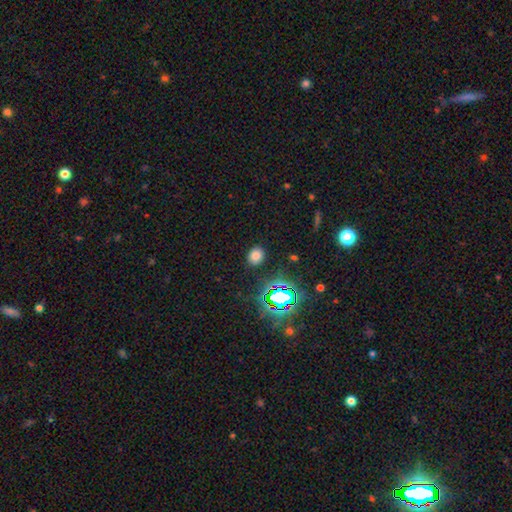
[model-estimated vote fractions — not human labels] A smooth galaxy with no disk features (72%) that is round (56%).

Vote fractions:
- Smooth or featured? smooth: 72% / star or artifact: 22% / featured or disk: 6%
- How rounded? round: 56% / in between: 43% / cigar-shaped: 1%
- Merging? none: 87% / minor disturbance: 8% / major disturbance: 3% / merger: 2%